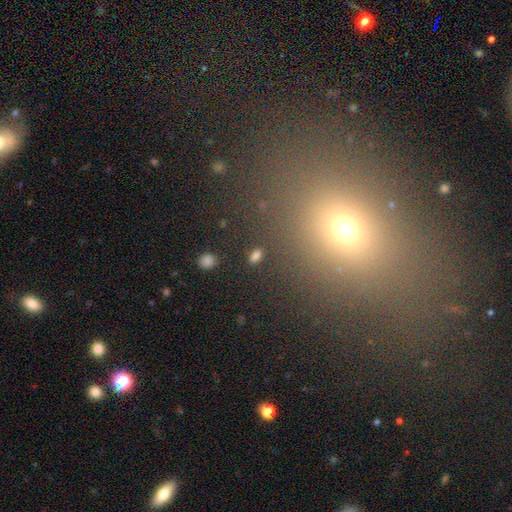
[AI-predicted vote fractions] smooth 80%, star or artifact 15%, featured or disk 5%. Down the decision tree: how rounded — in between (87%); merging — none (87%).